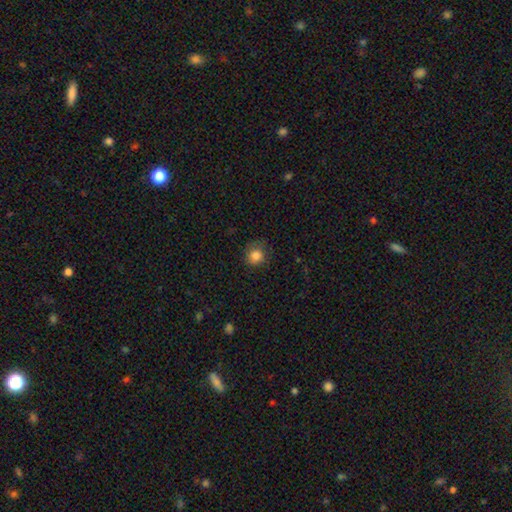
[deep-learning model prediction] smooth_or_featured: smooth (p=0.83) [alt: star or artifact p=0.11]
how_rounded: round (p=0.85) [alt: in between p=0.14]
merging: none (p=0.74) [alt: minor disturbance p=0.19]